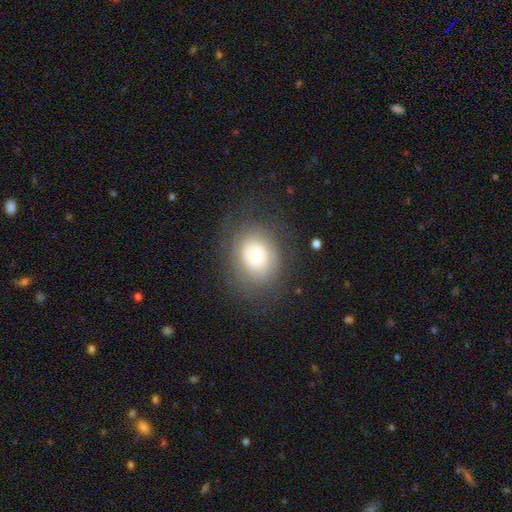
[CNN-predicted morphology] smooth 52%, featured or disk 37%, star or artifact 11%. Down the decision tree: how rounded — round (58%); merging — none (75%).